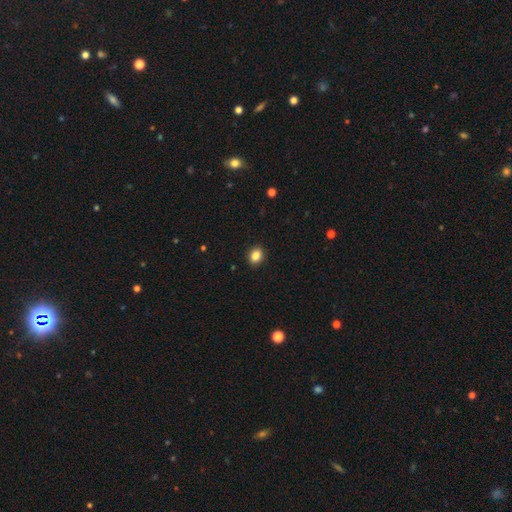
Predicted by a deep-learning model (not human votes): smooth_or_featured: smooth (p=0.85) [alt: star or artifact p=0.10]
how_rounded: in between (p=0.53) [alt: round p=0.46]
merging: none (p=0.91) [alt: minor disturbance p=0.06]